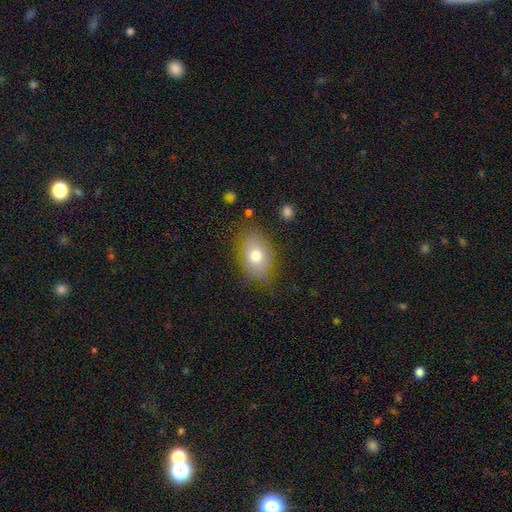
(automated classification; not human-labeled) This is likely a smooth galaxy (73%). How rounded: likely in between (78%). Merging: likely none (71%).